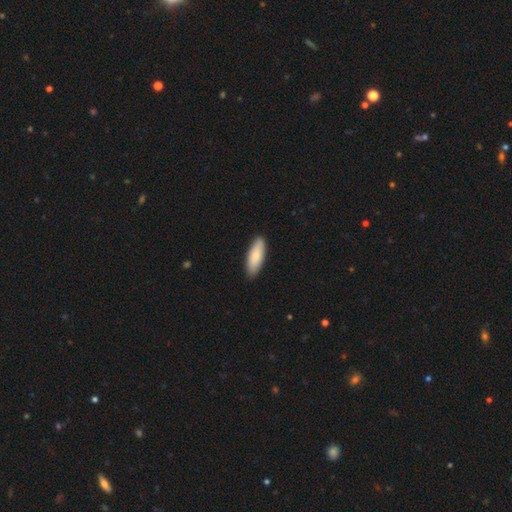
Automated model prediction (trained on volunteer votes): A smooth galaxy with no disk features (83%) that is in between round and cigar-shaped (61%).

Vote fractions:
- Smooth or featured? smooth: 83% / featured or disk: 12% / star or artifact: 5%
- How rounded? in between: 61% / cigar-shaped: 38% / round: 2%
- Merging? none: 88% / minor disturbance: 9% / major disturbance: 2% / merger: 1%